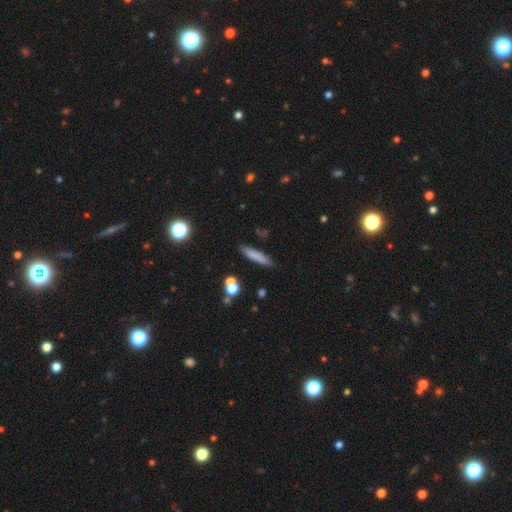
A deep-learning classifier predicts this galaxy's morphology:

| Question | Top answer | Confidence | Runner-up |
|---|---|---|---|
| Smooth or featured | smooth | 74% | featured or disk (17%) |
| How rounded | cigar-shaped | 88% | in between (10%) |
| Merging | none | 82% | minor disturbance (12%) |